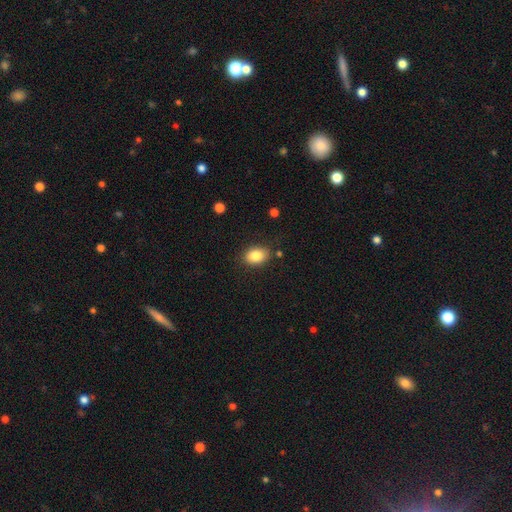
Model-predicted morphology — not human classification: Smooth or featured? Predicted: smooth (p=0.84). How rounded? Predicted: in between (p=0.77). Merging? Predicted: none (p=0.82).